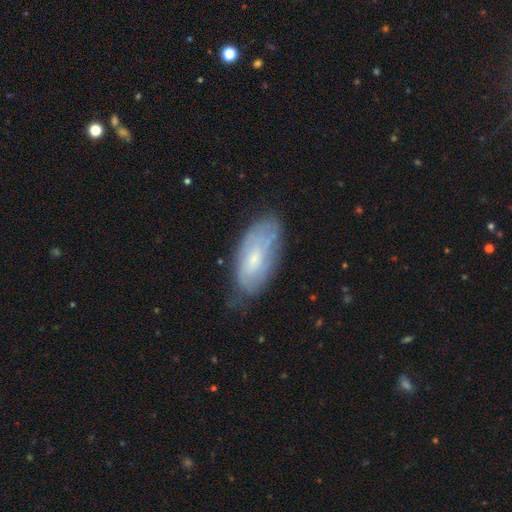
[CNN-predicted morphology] type=smooth (54%); roundness=in between (87%); merging=none (66%).